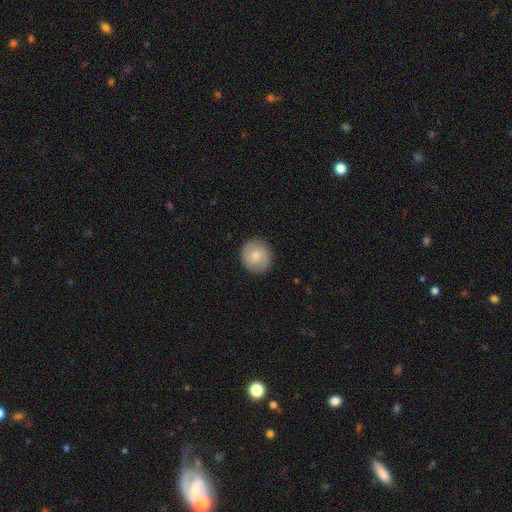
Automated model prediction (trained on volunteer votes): smooth_or_featured: smooth (p=0.70) [alt: featured or disk p=0.23]
how_rounded: round (p=0.90) [alt: in between p=0.09]
merging: none (p=0.89) [alt: minor disturbance p=0.08]